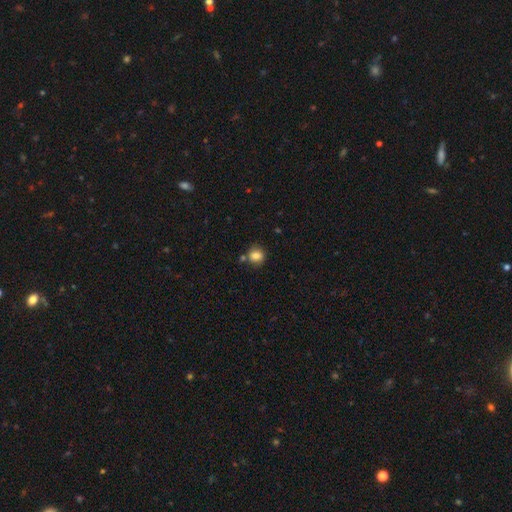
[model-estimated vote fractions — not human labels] Smooth or featured? smooth (82%)
How rounded? round (82%)
Merging? none (72%)